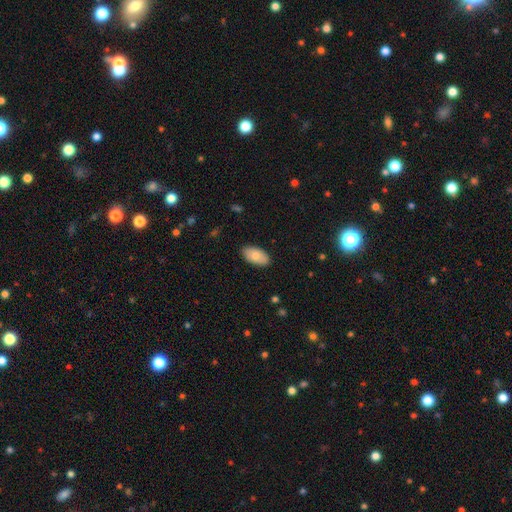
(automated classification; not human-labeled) Smooth or featured: smooth — 80% (featured or disk — 14%)
How rounded: in between — 95% (round — 3%)
Merging: none — 86% (minor disturbance — 11%)